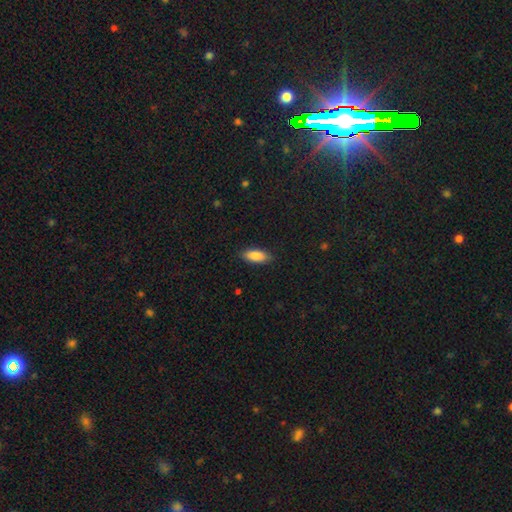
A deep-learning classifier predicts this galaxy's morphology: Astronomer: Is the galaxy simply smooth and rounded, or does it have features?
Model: smooth — 88%.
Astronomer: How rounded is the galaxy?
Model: in between — 82%.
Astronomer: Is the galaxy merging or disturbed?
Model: none — 88%.